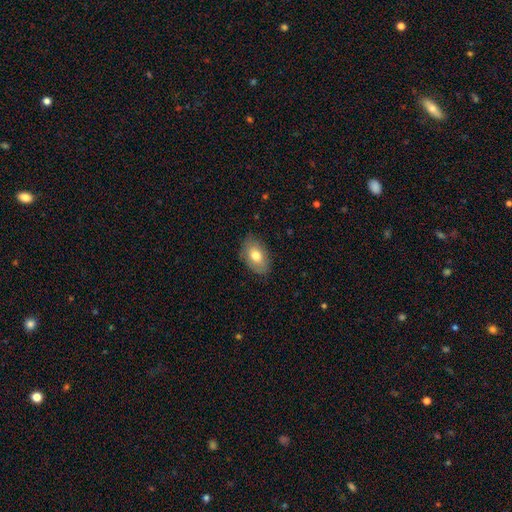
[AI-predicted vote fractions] Q: Smooth or featured?
A: smooth (73%); runner-up: featured or disk (20%)
Q: How rounded?
A: in between (90%); runner-up: round (9%)
Q: Merging?
A: none (82%); runner-up: minor disturbance (14%)